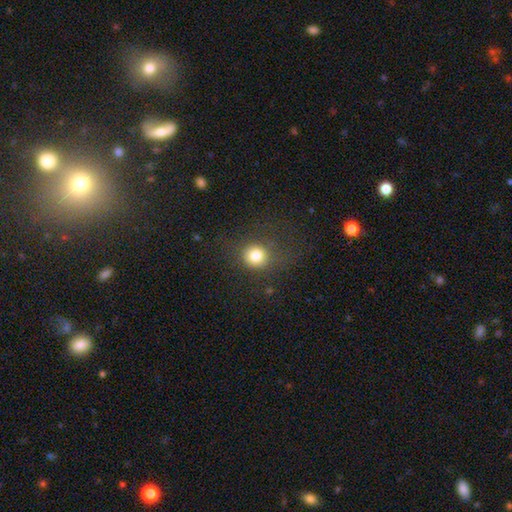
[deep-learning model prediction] This appears to be a smooth galaxy with no disk features (80%) that is round (87%). Merging: none (76%).